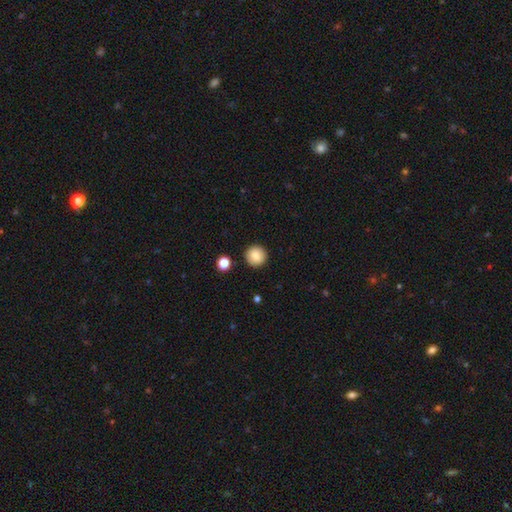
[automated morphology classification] Smooth or featured? Predicted: smooth (p=0.85). How rounded? Predicted: round (p=0.95). Merging? Predicted: none (p=0.92).